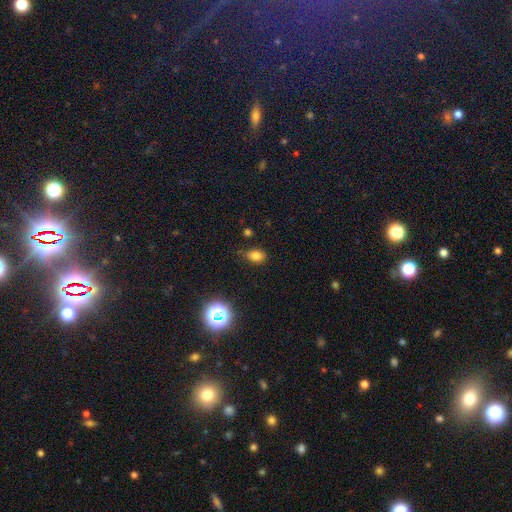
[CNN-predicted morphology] This appears to be a smooth galaxy with no disk features (76%) that is in between round and cigar-shaped (70%). Merging: none (68%).